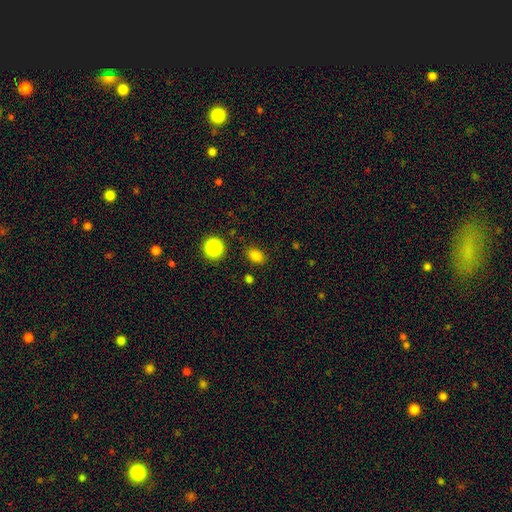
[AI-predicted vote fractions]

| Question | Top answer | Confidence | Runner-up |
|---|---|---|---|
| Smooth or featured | smooth | 82% | star or artifact (15%) |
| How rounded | in between | 70% | round (29%) |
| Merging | none | 84% | minor disturbance (11%) |